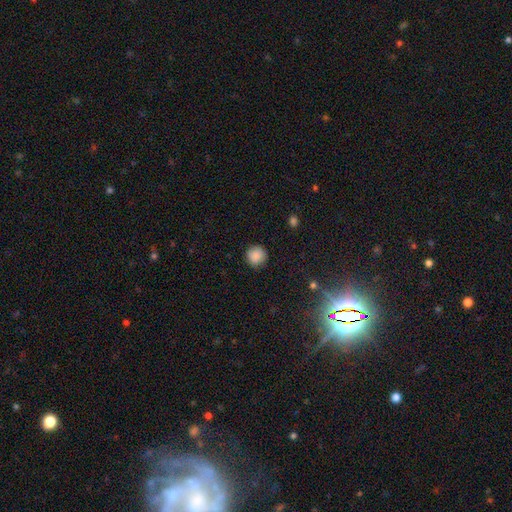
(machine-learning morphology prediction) smooth 87%, star or artifact 9%, featured or disk 4%. Down the decision tree: how rounded — round (93%); merging — none (87%).